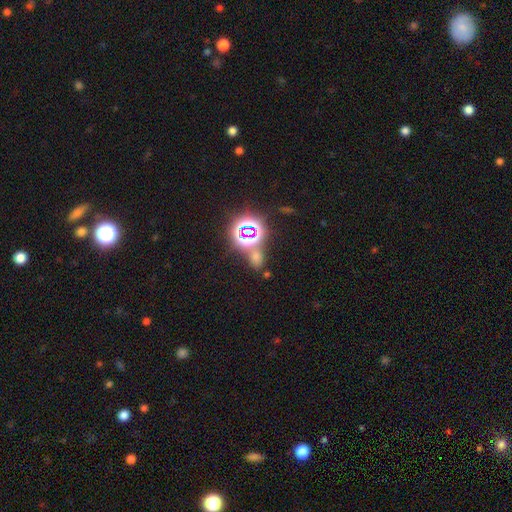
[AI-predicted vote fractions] A star or artifact, not a galaxy (60%).

Vote fractions:
- Smooth or featured? star or artifact: 60% / smooth: 31% / featured or disk: 9%